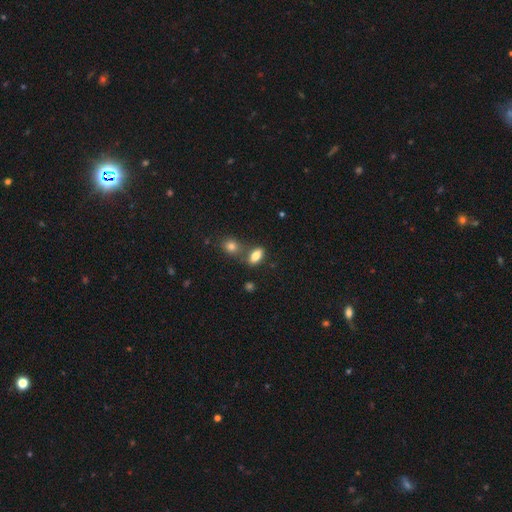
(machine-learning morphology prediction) Q: Smooth or featured?
A: smooth (81%); runner-up: featured or disk (11%)
Q: How rounded?
A: in between (86%); runner-up: cigar-shaped (8%)
Q: Merging?
A: none (66%); runner-up: merger (19%)